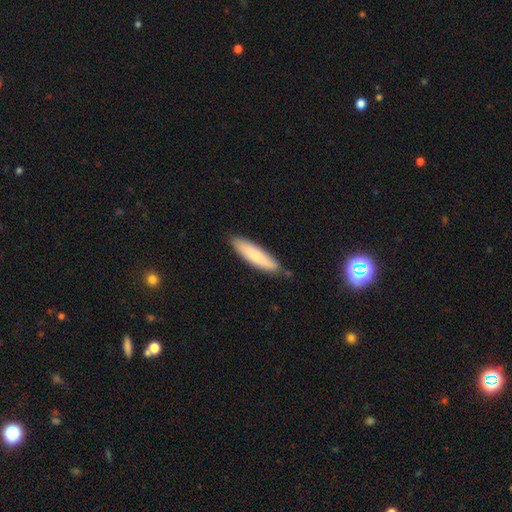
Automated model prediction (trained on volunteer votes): Overall: smooth (76%). How rounded: cigar-shaped (71%). Merging: none (80%).